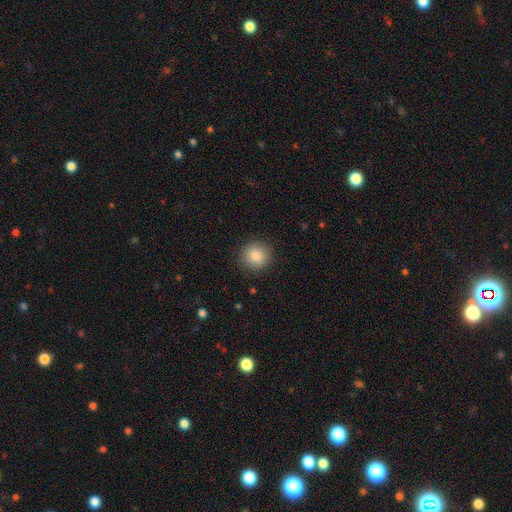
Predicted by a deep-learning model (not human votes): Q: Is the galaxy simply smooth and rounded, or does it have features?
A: smooth — 84%.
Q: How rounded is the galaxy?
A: round — 93%.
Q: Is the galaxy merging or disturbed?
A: none — 91%.